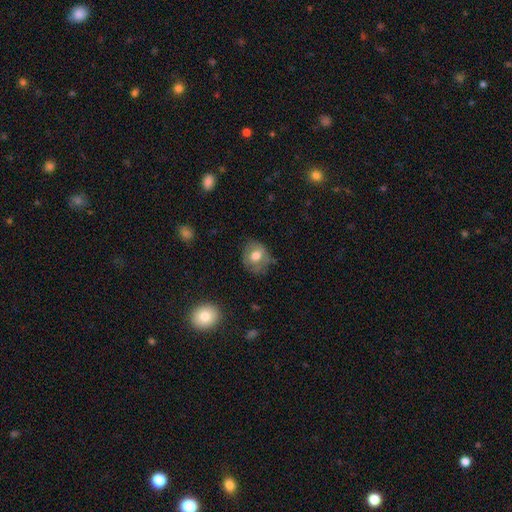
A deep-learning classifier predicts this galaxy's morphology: type=smooth (66%); roundness=round (66%); merging=none (66%).